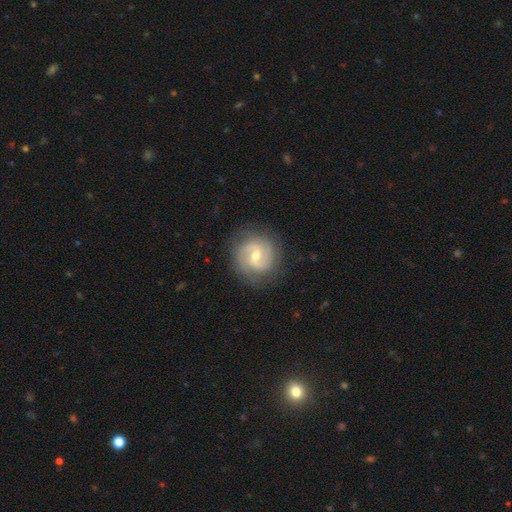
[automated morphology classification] Smooth or featured? Predicted: featured or disk (p=0.84). Edge-on disk? Predicted: no (p=0.98). Bar? Predicted: weak (p=0.52). Spiral arms? Predicted: yes (p=0.96). Spiral winding? Predicted: medium (p=0.46). Spiral arm count? Predicted: 2 (p=0.74). Bulge size? Predicted: moderate (p=0.58). Merging? Predicted: none (p=0.83).